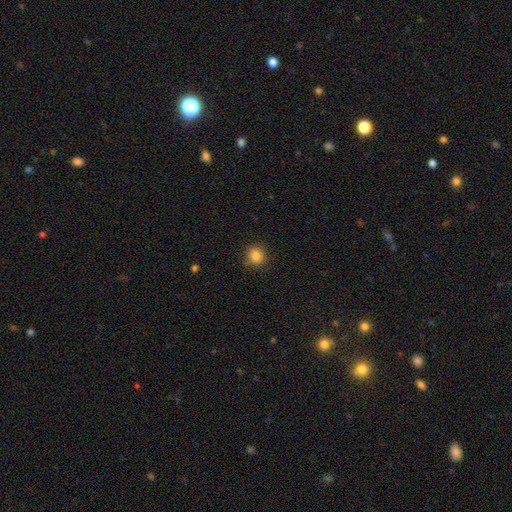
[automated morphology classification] smooth_or_featured: smooth (p=0.86) [alt: star or artifact p=0.11]
how_rounded: round (p=0.83) [alt: in between p=0.16]
merging: none (p=0.85) [alt: minor disturbance p=0.11]